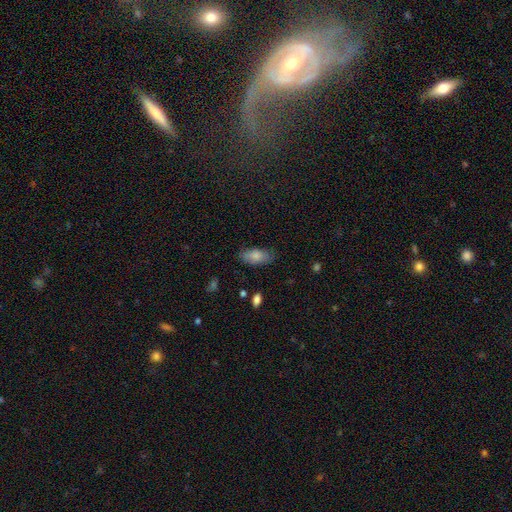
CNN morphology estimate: The model was most divided on "merging": none: 76%, minor disturbance: 19%, major disturbance: 4%, merger: 1%. More confident: how rounded — in between (89%); smooth or featured — smooth (81%).